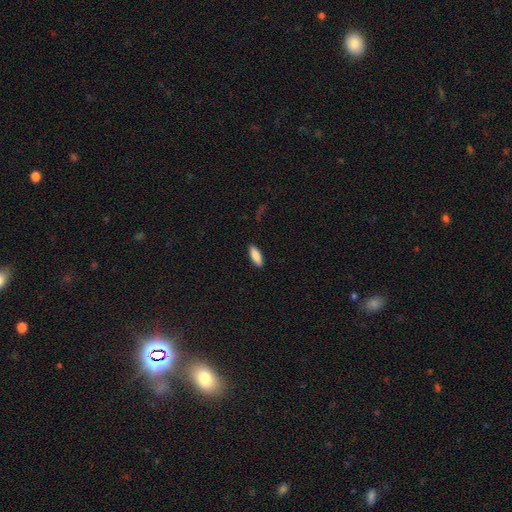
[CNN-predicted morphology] Overall: smooth (88%). How rounded: in between (68%; cigar-shaped 30%). Merging: none (89%).